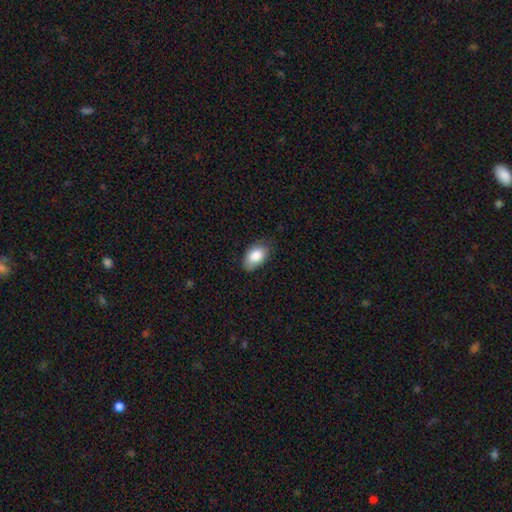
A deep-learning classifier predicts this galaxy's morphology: A smooth galaxy with no disk features (84%) that is in between round and cigar-shaped (92%).

Vote fractions:
- Smooth or featured? smooth: 84% / featured or disk: 9% / star or artifact: 7%
- How rounded? in between: 92% / round: 6% / cigar-shaped: 1%
- Merging? none: 76% / minor disturbance: 20% / major disturbance: 4% / merger: 1%